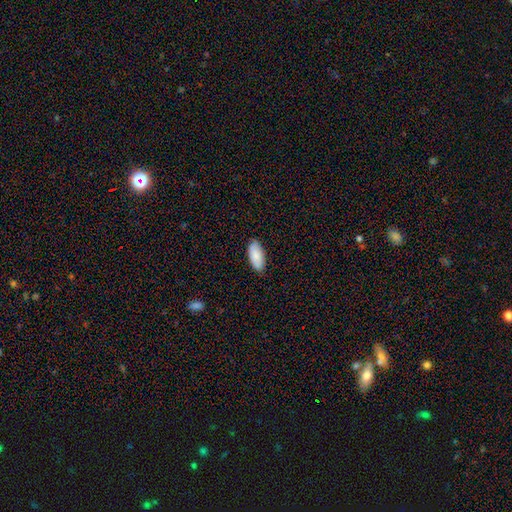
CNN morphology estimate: Smooth or featured? smooth (85%)
How rounded? in between (91%)
Merging? none (84%)